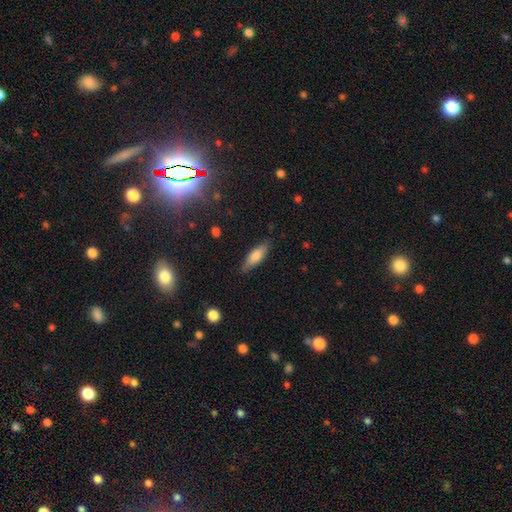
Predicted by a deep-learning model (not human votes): Smooth or featured?
  - smooth: 77% *
  - featured or disk: 17%
  - star or artifact: 6%
How rounded?
  - in between: 55% *
  - cigar-shaped: 43%
  - round: 2%
Merging?
  - none: 81% *
  - minor disturbance: 15%
  - major disturbance: 3%
  - merger: 1%